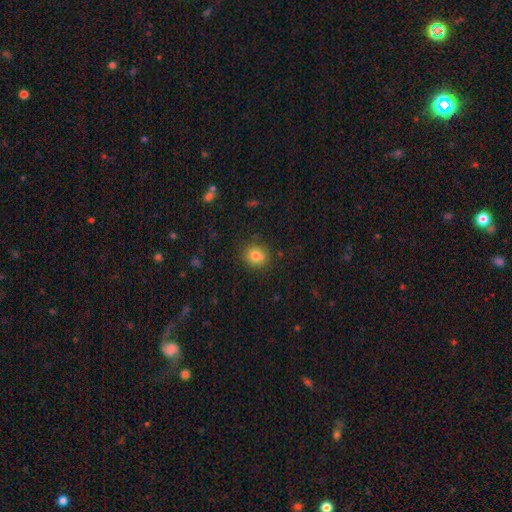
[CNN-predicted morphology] The model was most divided on "how rounded": round: 72%, in between: 27%, cigar-shaped: 1%. More confident: smooth or featured — smooth (79%); merging — none (76%).